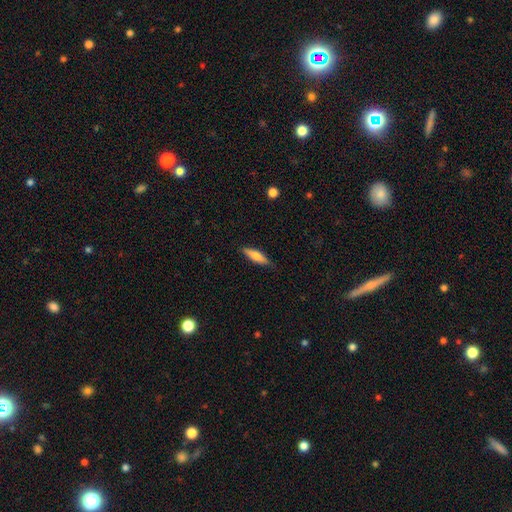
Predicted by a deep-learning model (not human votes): Overall: smooth (67%; featured or disk 27%). How rounded: cigar-shaped (64%; in between 34%). Merging: none (84%).